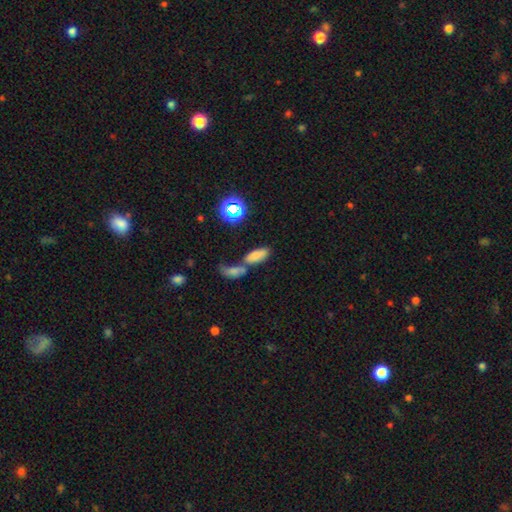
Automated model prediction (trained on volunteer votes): Smooth or featured? Predicted: smooth (p=0.74). How rounded? Predicted: in between (p=0.84). Merging? Predicted: merger (p=0.51).